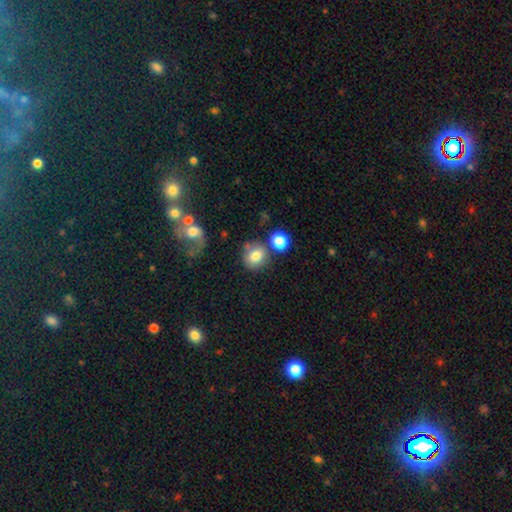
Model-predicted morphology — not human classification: Smooth or featured? Predicted: smooth (p=0.78). How rounded? Predicted: round (p=0.74). Merging? Predicted: none (p=0.62).